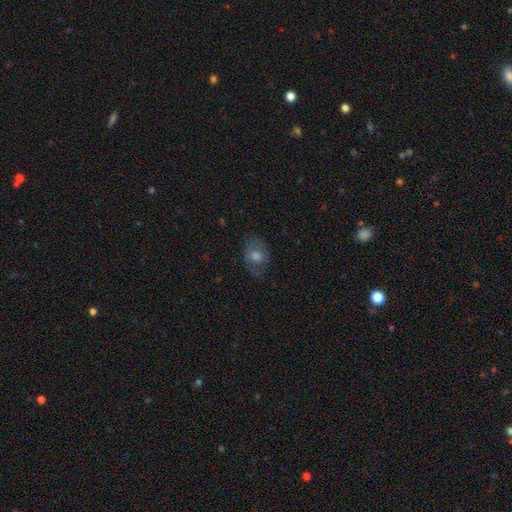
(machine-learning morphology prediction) Overall: smooth (54%; featured or disk 36%). How rounded: in between (65%; round 34%). Merging: none (68%).